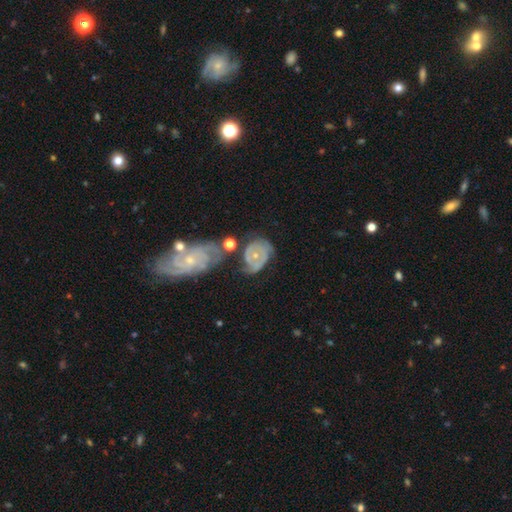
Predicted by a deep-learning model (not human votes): A featured or disk galaxy (70%) with no bar (79%), tight (65%) spiral arms (83%) and a small central bulge (63%).

Vote fractions:
- Smooth or featured? featured or disk: 70% / smooth: 23% / star or artifact: 7%
- Edge-on disk? no: 97% / yes: 3%
- Bar? no: 79% / weak: 17% / strong: 4%
- Spiral arms? yes: 83% / no: 17%
- Spiral winding? tight: 65% / medium: 26% / loose: 9%
- Spiral arm count? can't tell: 39% / 2: 29% / 3: 15% / 1: 10% / 4: 4% / more than 4: 3%
- Bulge size? small: 63% / moderate: 33% / none: 2% / large: 1% / dominant: 1%
- Merging? none: 41% / minor disturbance: 23% / merger: 18% / major disturbance: 17%